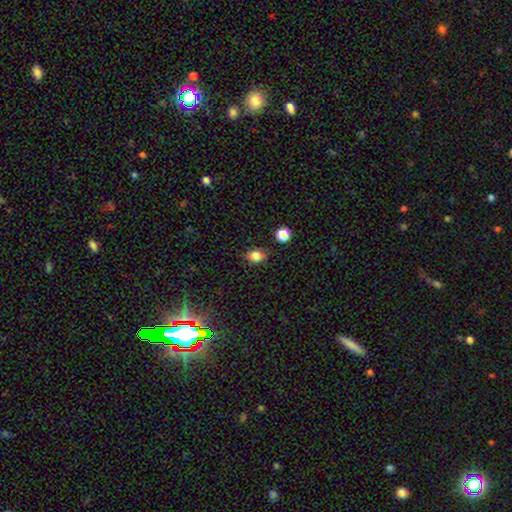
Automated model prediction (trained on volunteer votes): This appears to be a smooth galaxy with no disk features (83%) that is in between round and cigar-shaped (55%). Merging: none (81%).